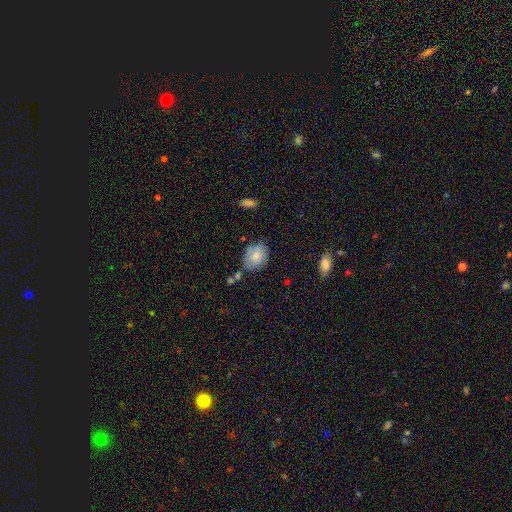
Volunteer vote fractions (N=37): Volunteers were most divided on "how rounded": in between: 61%, round: 39%, cigar-shaped: 0%. More confident: smooth or featured — smooth (84%); merging — none (77%).